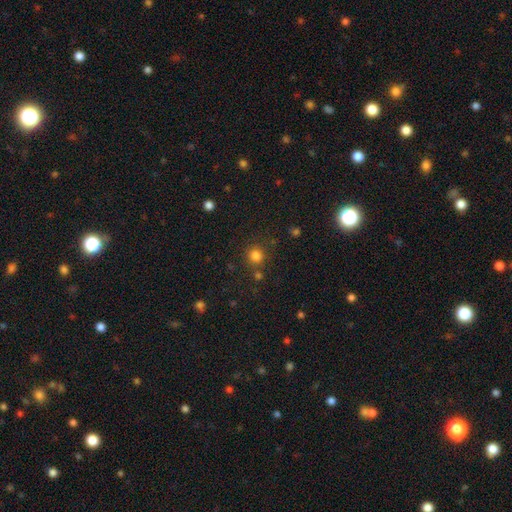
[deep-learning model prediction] Smooth or featured: smooth — 81% (star or artifact — 15%)
How rounded: round — 90% (in between — 9%)
Merging: none — 79% (merger — 9%)